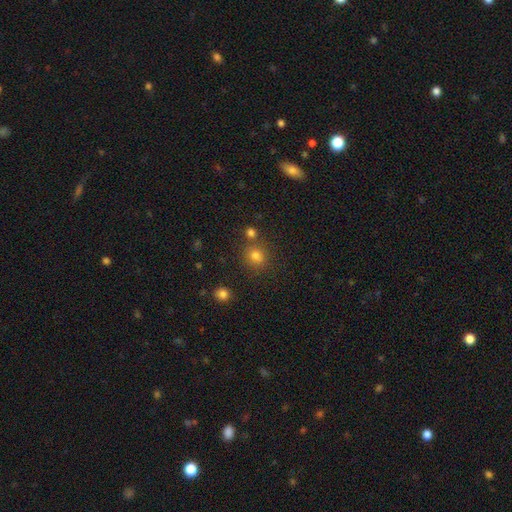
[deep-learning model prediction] Smooth or featured: smooth — 75% (star or artifact — 18%)
How rounded: round — 82% (in between — 17%)
Merging: none — 73% (merger — 14%)